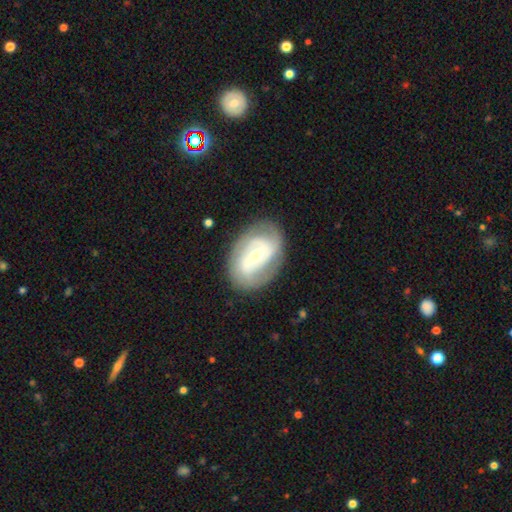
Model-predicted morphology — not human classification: Q: Smooth or featured?
A: featured or disk (76%); runner-up: smooth (19%)
Q: Edge-on disk?
A: no (96%); runner-up: yes (4%)
Q: Bar?
A: weak (41%); runner-up: no (31%)
Q: Spiral arms?
A: yes (80%); runner-up: no (20%)
Q: Spiral winding?
A: tight (55%); runner-up: medium (33%)
Q: Spiral arm count?
A: 2 (57%); runner-up: can't tell (26%)
Q: Bulge size?
A: moderate (50%); runner-up: small (46%)
Q: Merging?
A: none (77%); runner-up: minor disturbance (16%)